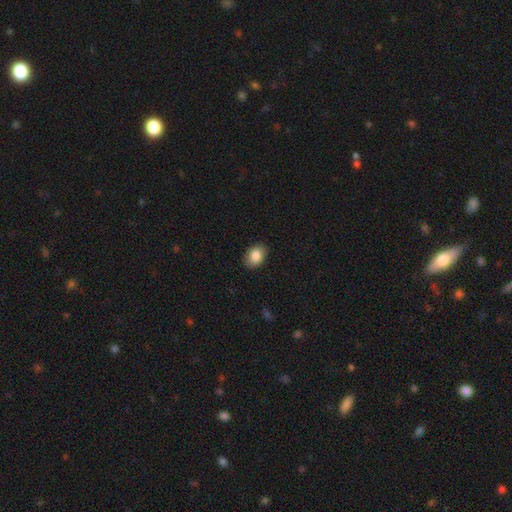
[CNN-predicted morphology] This appears to be a smooth galaxy with no disk features (85%) that is in between round and cigar-shaped (80%). Merging: none (88%).